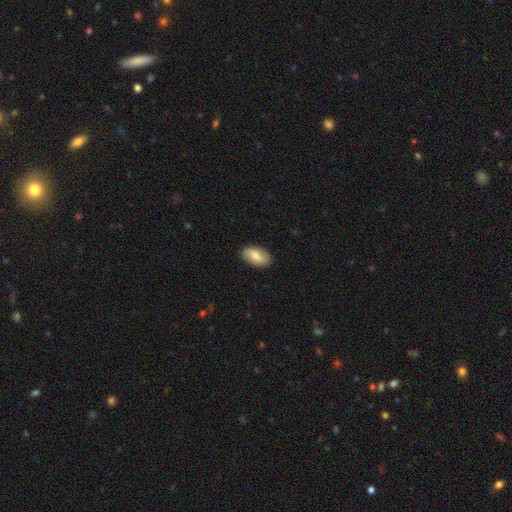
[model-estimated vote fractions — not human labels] The model was most divided on "smooth or featured": smooth: 73%, featured or disk: 21%, star or artifact: 6%. More confident: how rounded — in between (93%); merging — none (87%).